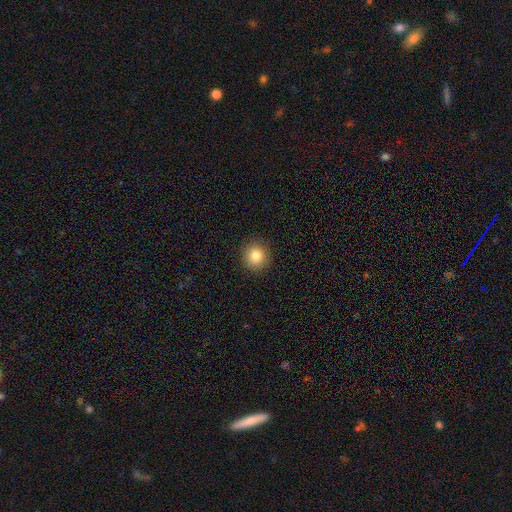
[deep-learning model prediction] This is clearly a smooth galaxy (84%). How rounded: clearly round (92%). Merging: clearly none (90%).